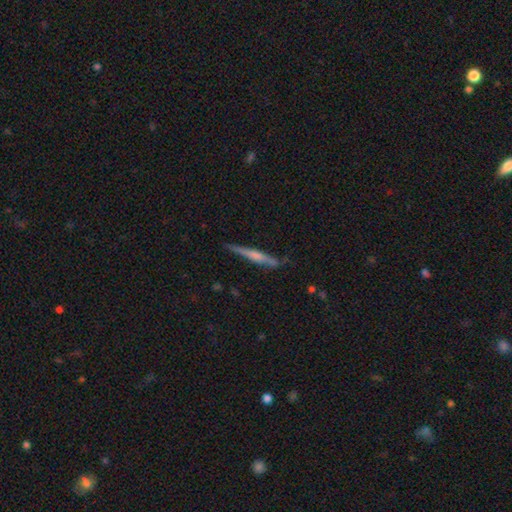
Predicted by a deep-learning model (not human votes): Smooth or featured? Predicted: featured or disk (p=0.56). Edge-on disk? Predicted: yes (p=0.97). Edge-on bulge? Predicted: rounded (p=0.51). Merging? Predicted: none (p=0.81).